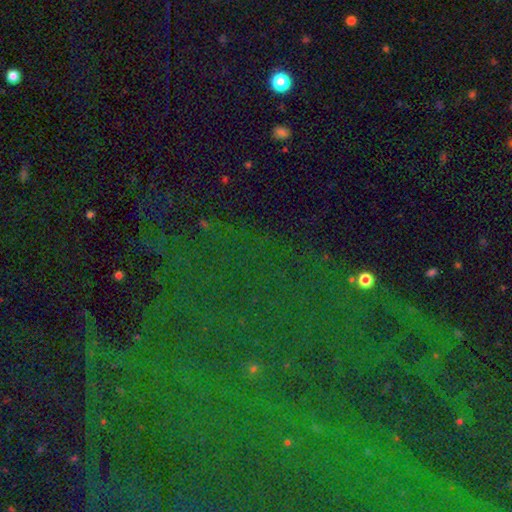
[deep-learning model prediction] star or artifact 80%, smooth 10%, featured or disk 10%.